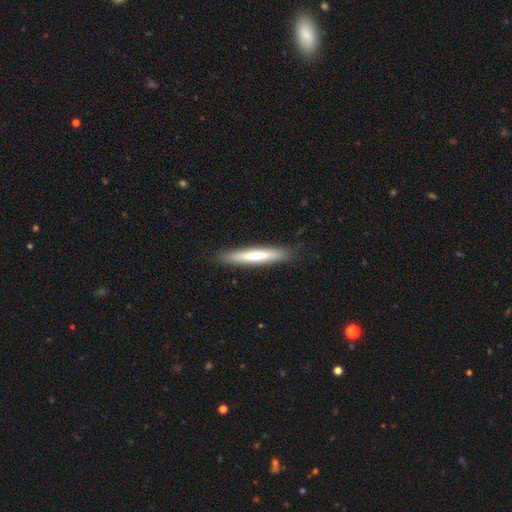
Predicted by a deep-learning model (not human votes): Morphology: type=smooth (63%); roundness=cigar-shaped (93%); merging=none (88%).